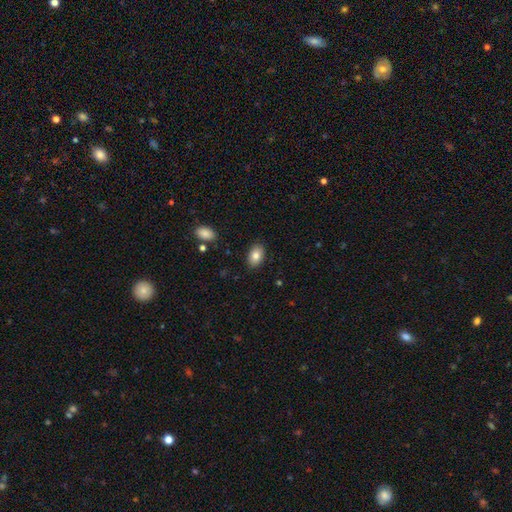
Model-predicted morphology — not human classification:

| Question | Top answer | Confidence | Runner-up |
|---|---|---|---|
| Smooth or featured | smooth | 83% | featured or disk (9%) |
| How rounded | in between | 89% | round (10%) |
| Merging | none | 87% | minor disturbance (9%) |